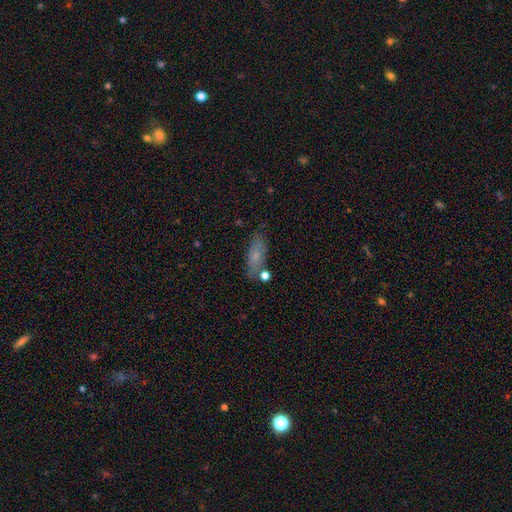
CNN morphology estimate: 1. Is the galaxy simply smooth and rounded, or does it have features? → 68% smooth, 23% featured or disk, 9% star or artifact.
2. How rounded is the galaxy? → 61% in between, 35% cigar-shaped, 4% round.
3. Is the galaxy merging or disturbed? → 71% none, 17% minor disturbance, 7% merger, 5% major disturbance.